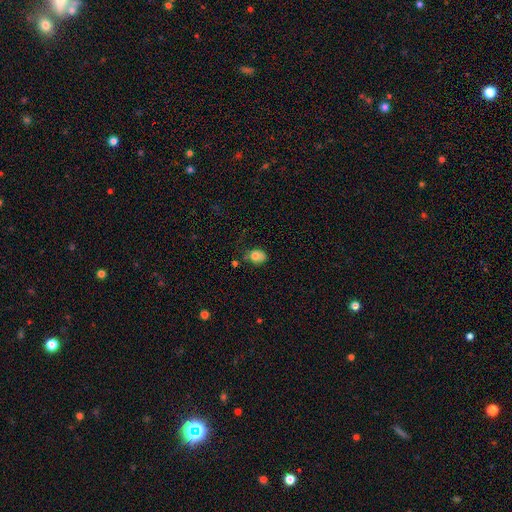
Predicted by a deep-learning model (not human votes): The model was most divided on "merging": none: 48%, minor disturbance: 33%, major disturbance: 12%, merger: 6%. More confident: smooth or featured — smooth (80%); how rounded — in between (61%).